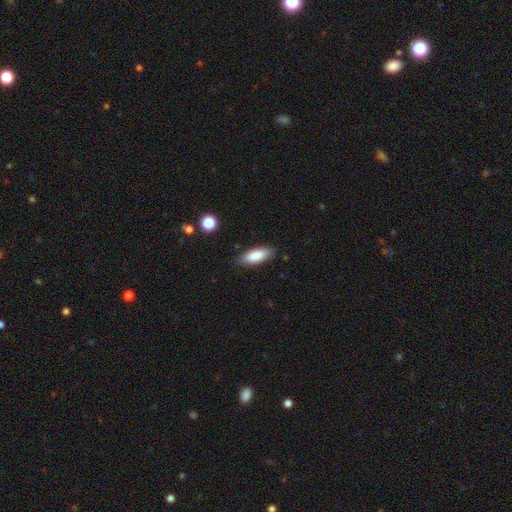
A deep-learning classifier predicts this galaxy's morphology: smooth-or-featured: smooth: 86% | featured or disk: 7% | star or artifact: 6%
  how-rounded: in between: 76% | cigar-shaped: 22% | round: 2%
  merging: none: 85% | minor disturbance: 11% | major disturbance: 2% | merger: 1%